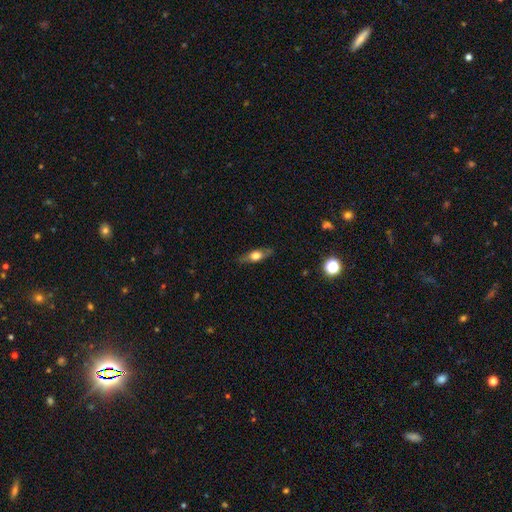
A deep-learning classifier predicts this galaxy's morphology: smooth_or_featured: smooth (p=0.47) [alt: featured or disk p=0.46]
merging: none (p=0.80) [alt: minor disturbance p=0.15]